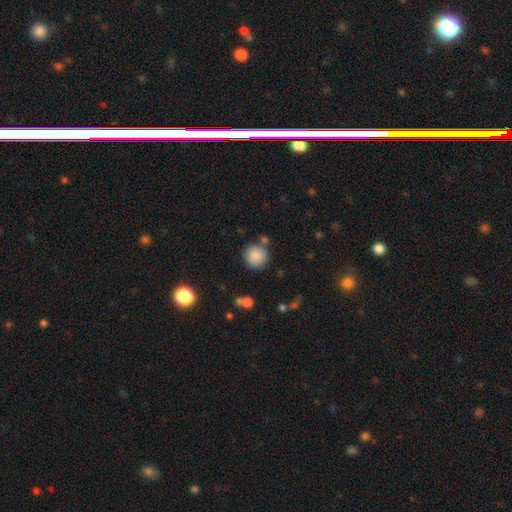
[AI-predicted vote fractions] This is clearly a smooth galaxy (87%). How rounded: clearly round (94%). Merging: clearly none (81%).